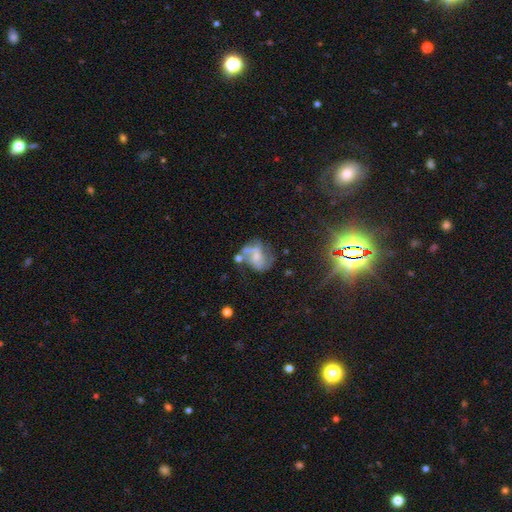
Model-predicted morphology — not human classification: This appears to be a featured or disk galaxy (68%) with no bar (53%), 2 (70%) medium (44%) spiral arms (80%) and a small central bulge (55%). Merging: none (39%).